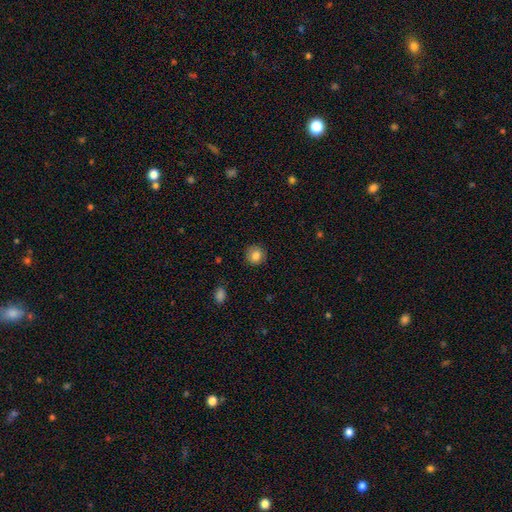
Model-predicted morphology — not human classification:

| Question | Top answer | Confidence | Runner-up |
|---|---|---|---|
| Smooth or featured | smooth | 84% | star or artifact (9%) |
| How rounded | round | 86% | in between (13%) |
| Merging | none | 87% | minor disturbance (10%) |